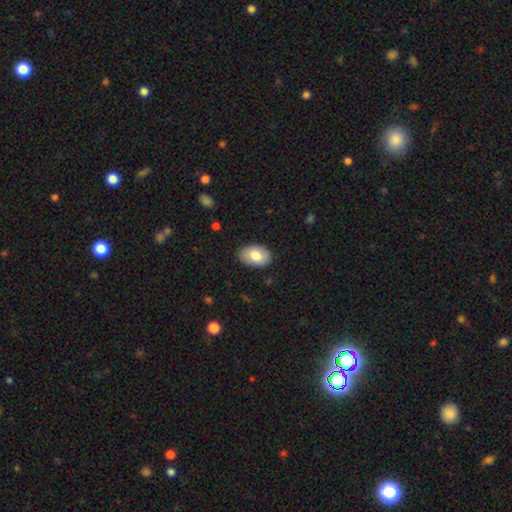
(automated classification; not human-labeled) Morphology: type=smooth (79%); roundness=in between (91%); merging=none (86%).